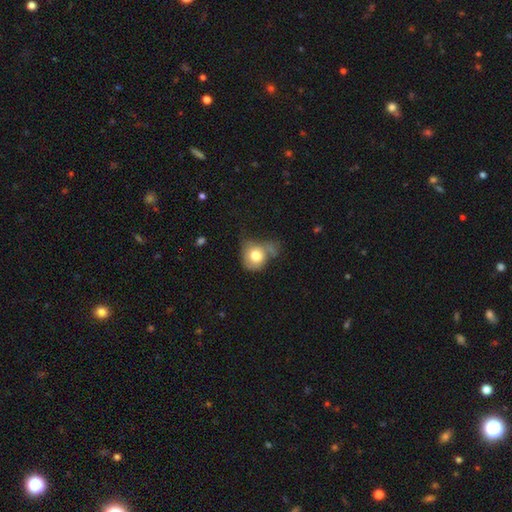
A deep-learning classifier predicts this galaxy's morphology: A smooth galaxy with no disk features (73%) that is round (67%). Merging: none (31%).